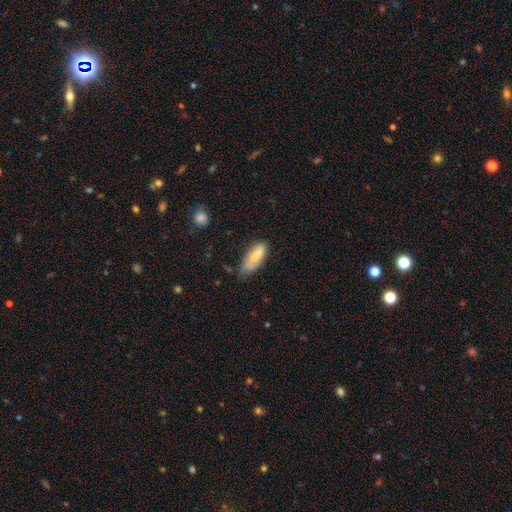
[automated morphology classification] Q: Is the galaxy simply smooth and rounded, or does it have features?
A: smooth — 78%.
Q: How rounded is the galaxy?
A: in between — 72%.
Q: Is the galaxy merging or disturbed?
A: none — 52%.